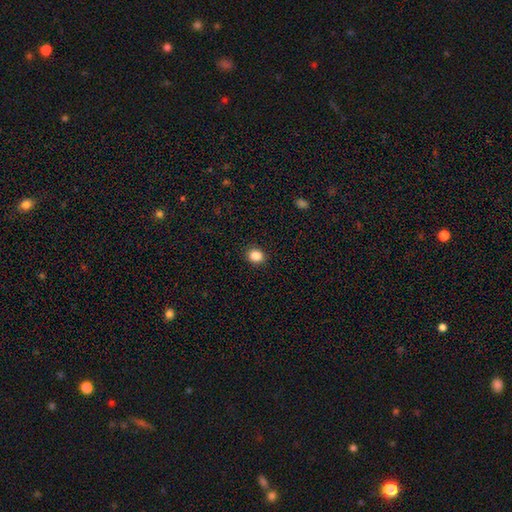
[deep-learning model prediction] Overall: smooth (87%). How rounded: round (64%; in between 35%). Merging: none (90%).